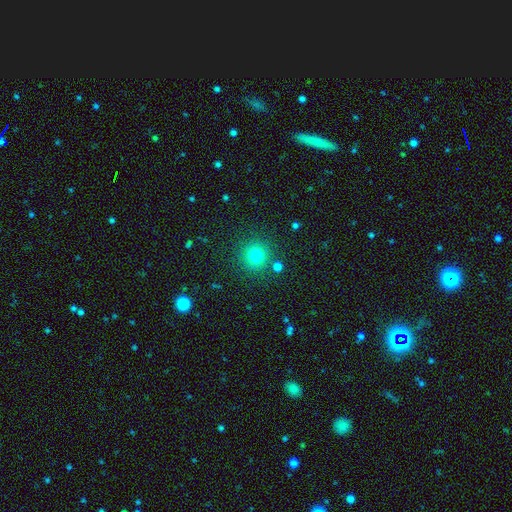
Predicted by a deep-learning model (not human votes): Smooth or featured?
  - smooth: 78% *
  - star or artifact: 16%
  - featured or disk: 7%
How rounded?
  - round: 94% *
  - in between: 5%
  - cigar-shaped: 1%
Merging?
  - none: 86% *
  - minor disturbance: 7%
  - merger: 4%
  - major disturbance: 3%